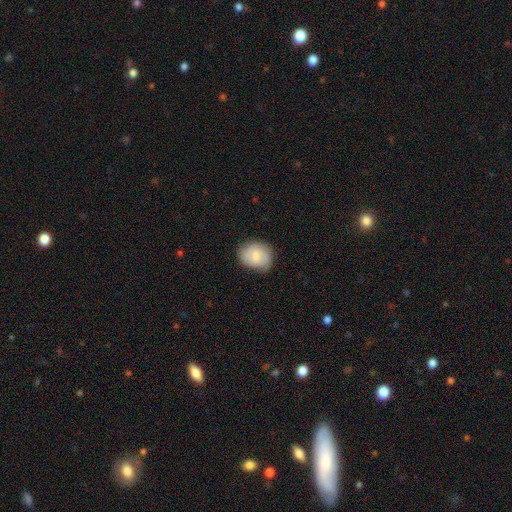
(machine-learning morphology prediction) This is likely a smooth galaxy (69%). How rounded: possibly round (60%). Merging: likely none (70%).